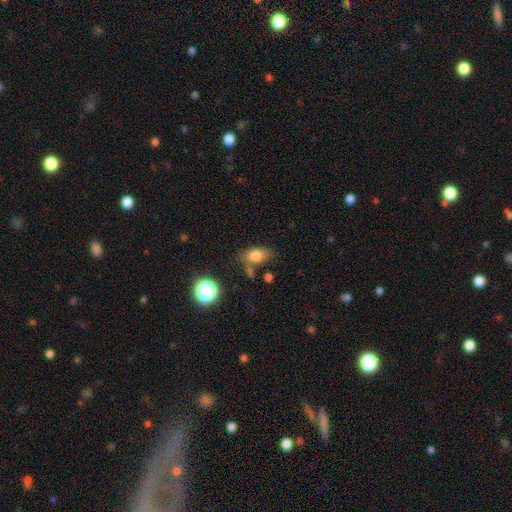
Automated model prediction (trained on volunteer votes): The model was most divided on "merging": none: 59%, minor disturbance: 21%, merger: 12%, major disturbance: 8%. More confident: how rounded — in between (80%); smooth or featured — smooth (77%).